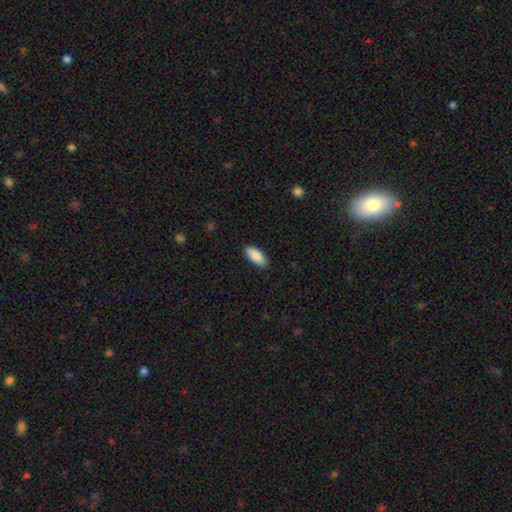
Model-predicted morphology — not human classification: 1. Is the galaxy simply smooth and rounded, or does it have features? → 89% smooth, 6% star or artifact, 5% featured or disk.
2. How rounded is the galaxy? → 79% in between, 19% cigar-shaped, 2% round.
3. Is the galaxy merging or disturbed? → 88% none, 9% minor disturbance, 2% major disturbance, 1% merger.